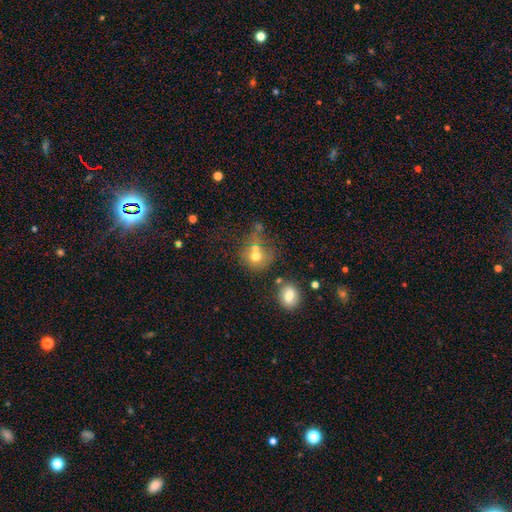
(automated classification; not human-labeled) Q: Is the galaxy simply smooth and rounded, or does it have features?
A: smooth — 69%.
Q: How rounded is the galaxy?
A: round — 77%.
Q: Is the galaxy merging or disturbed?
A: merger — 40%.